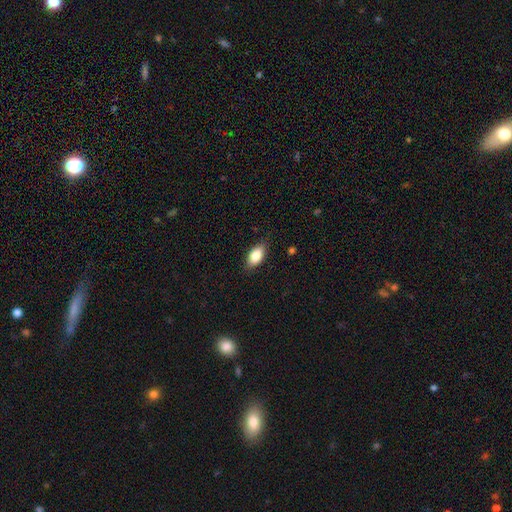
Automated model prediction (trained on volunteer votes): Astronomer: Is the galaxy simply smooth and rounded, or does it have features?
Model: smooth — 84%.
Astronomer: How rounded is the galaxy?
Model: in between — 90%.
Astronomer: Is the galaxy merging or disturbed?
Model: none — 83%.